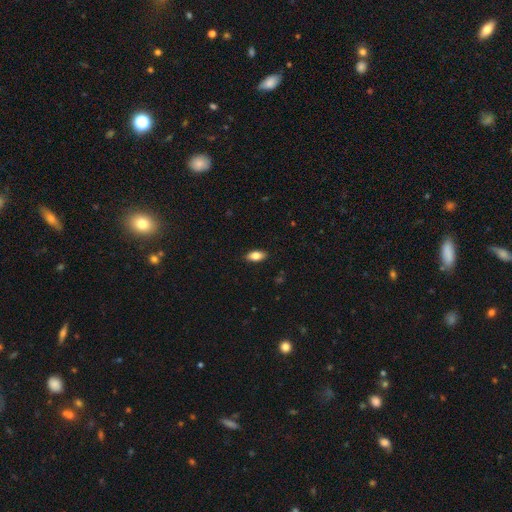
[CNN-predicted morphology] Smooth or featured: smooth — 79% (featured or disk — 14%)
How rounded: in between — 89% (cigar-shaped — 7%)
Merging: none — 88% (minor disturbance — 9%)